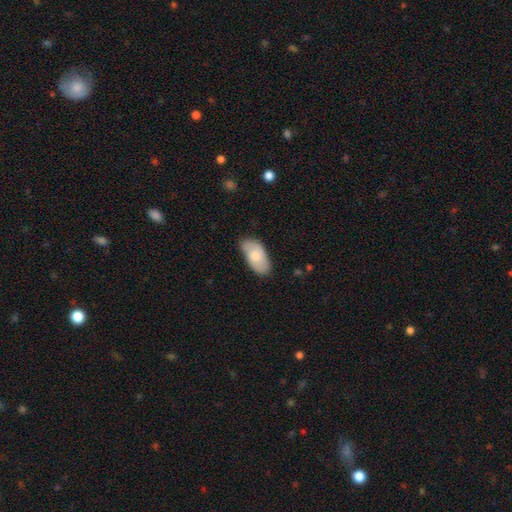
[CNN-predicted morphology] smooth_or_featured: smooth (p=0.73) [alt: featured or disk p=0.21]
how_rounded: in between (p=0.95) [alt: round p=0.03]
merging: none (p=0.71) [alt: minor disturbance p=0.23]